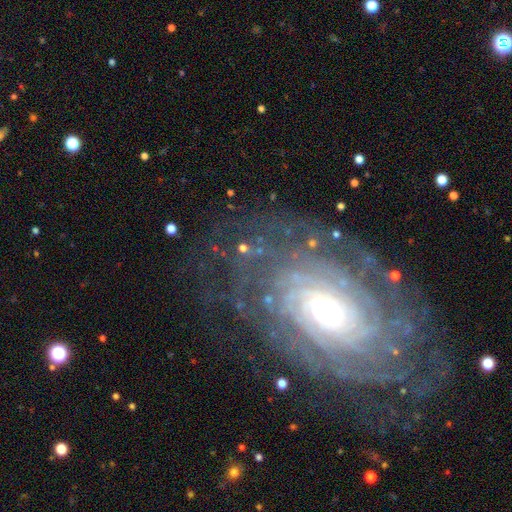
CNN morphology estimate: Smooth or featured? featured or disk (86%)
Edge-on disk? no (95%)
Bar? no (66%)
Spiral arms? yes (96%)
Spiral winding? tight (80%)
Spiral arm count? can't tell (34%)
Bulge size? moderate (56%)
Merging? none (78%)